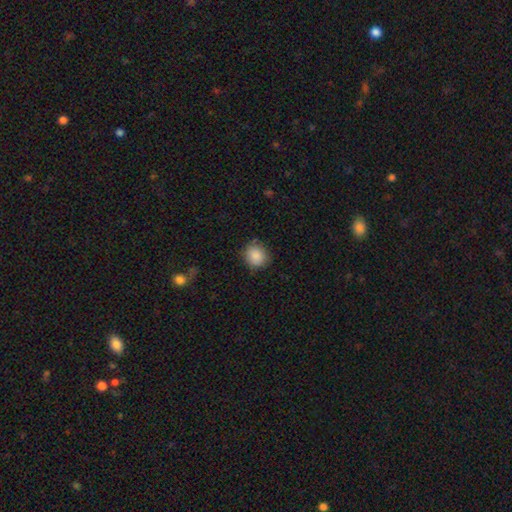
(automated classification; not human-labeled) Smooth or featured: smooth — 88% (star or artifact — 8%)
How rounded: round — 83% (in between — 16%)
Merging: none — 82% (minor disturbance — 13%)